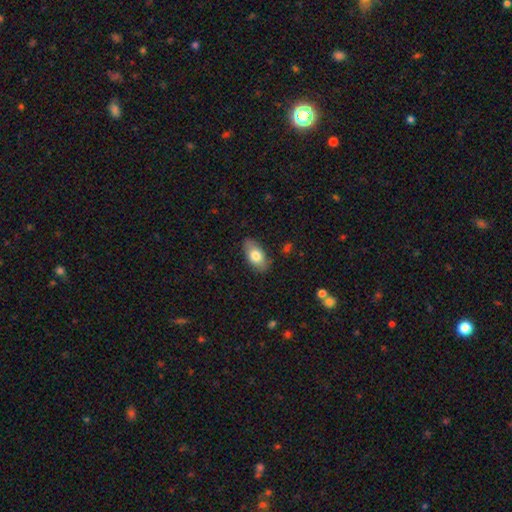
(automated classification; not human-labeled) smooth-or-featured: smooth: 77% | featured or disk: 17% | star or artifact: 6%
  how-rounded: in between: 92% | round: 5% | cigar-shaped: 3%
  merging: none: 82% | minor disturbance: 14% | major disturbance: 3% | merger: 1%